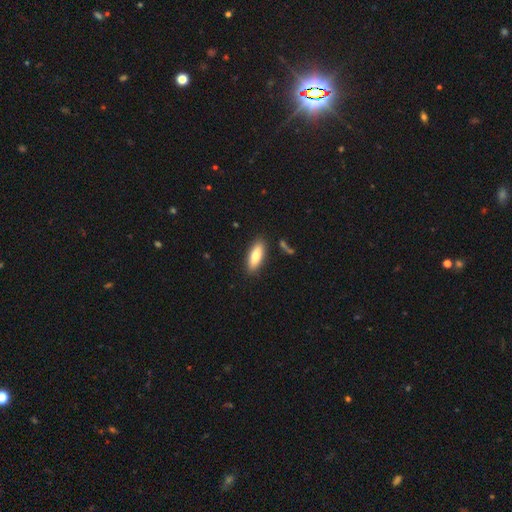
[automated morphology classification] type=smooth (78%); roundness=in between (62%); merging=none (86%).